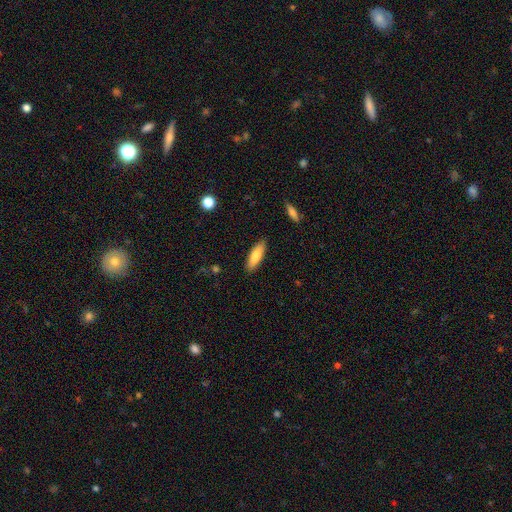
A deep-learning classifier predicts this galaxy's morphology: smooth 80%, featured or disk 15%, star or artifact 6%. Down the decision tree: how rounded — cigar-shaped (50%); merging — none (87%).